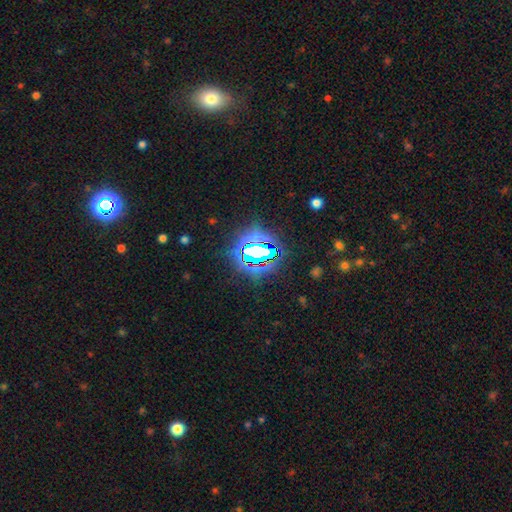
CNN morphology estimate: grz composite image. It shows a star or artifact, not a galaxy (75%).